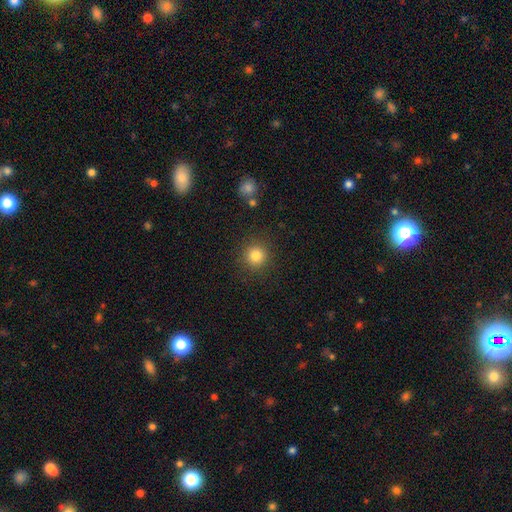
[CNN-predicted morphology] Q: Smooth or featured?
A: smooth (82%); runner-up: star or artifact (12%)
Q: How rounded?
A: round (94%); runner-up: in between (5%)
Q: Merging?
A: none (89%); runner-up: minor disturbance (6%)